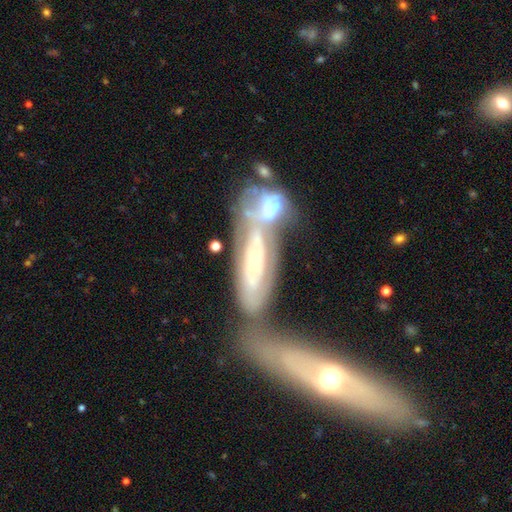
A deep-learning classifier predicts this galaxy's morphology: featured or disk 73%, smooth 20%, star or artifact 8%. Down the decision tree: edge-on disk — no (53%); merging — merger (49%).